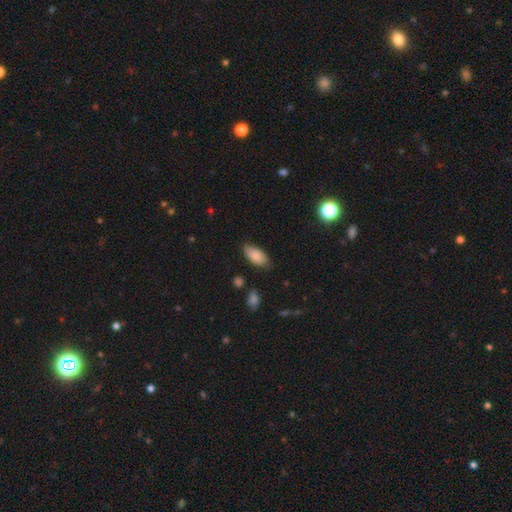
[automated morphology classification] Overall: smooth (83%). How rounded: in between (93%). Merging: none (72%).